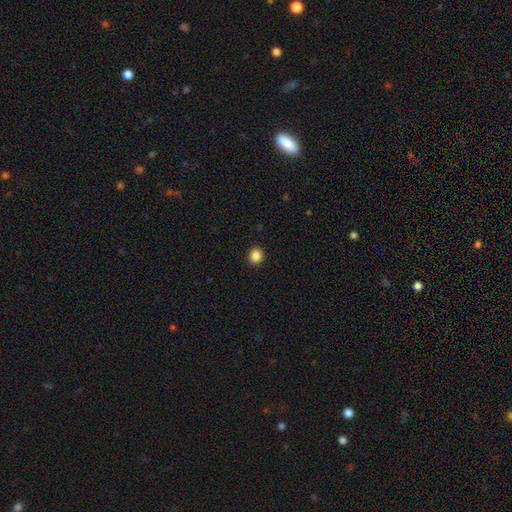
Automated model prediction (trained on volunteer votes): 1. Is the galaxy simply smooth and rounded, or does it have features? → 87% smooth, 10% star or artifact, 3% featured or disk.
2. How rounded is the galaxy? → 72% round, 27% in between, 1% cigar-shaped.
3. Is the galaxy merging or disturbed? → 92% none, 5% minor disturbance, 2% major disturbance, 1% merger.